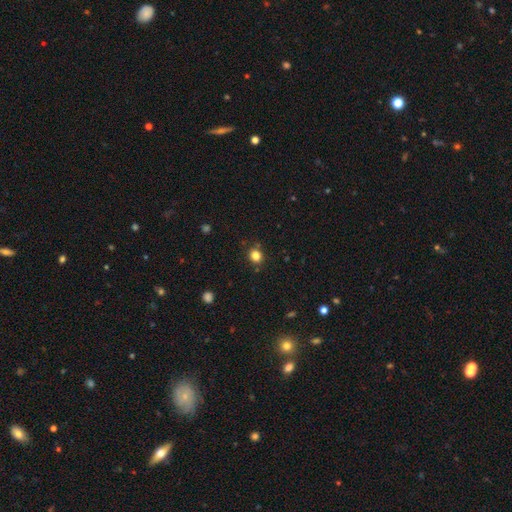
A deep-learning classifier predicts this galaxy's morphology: Smooth or featured? smooth (82%)
How rounded? round (80%)
Merging? none (84%)